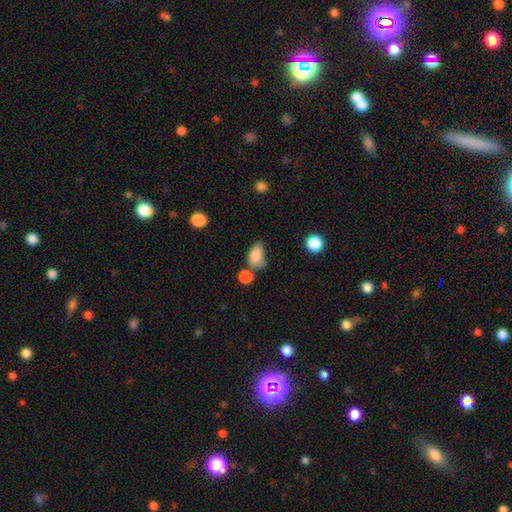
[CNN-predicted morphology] A smooth galaxy with no disk features (84%) that is in between round and cigar-shaped (88%). Merging: none (39%).